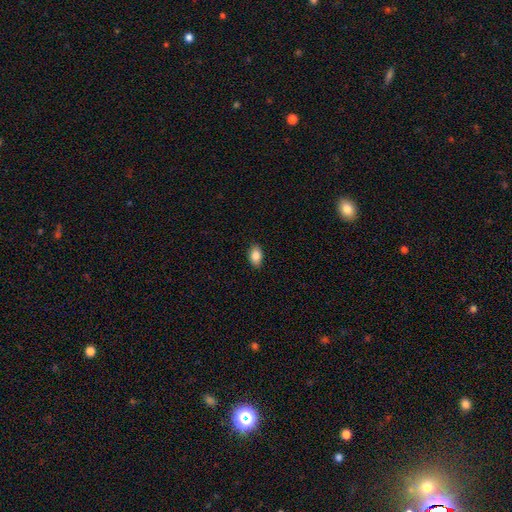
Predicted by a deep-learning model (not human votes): smooth_or_featured: smooth (p=0.87) [alt: star or artifact p=0.08]
how_rounded: in between (p=0.88) [alt: round p=0.10]
merging: none (p=0.89) [alt: minor disturbance p=0.08]